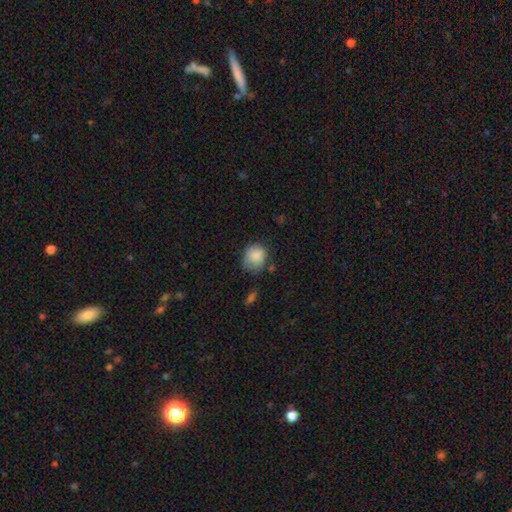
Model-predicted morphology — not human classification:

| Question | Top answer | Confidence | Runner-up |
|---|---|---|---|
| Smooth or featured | smooth | 84% | featured or disk (8%) |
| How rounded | round | 65% | in between (34%) |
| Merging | none | 54% | minor disturbance (32%) |